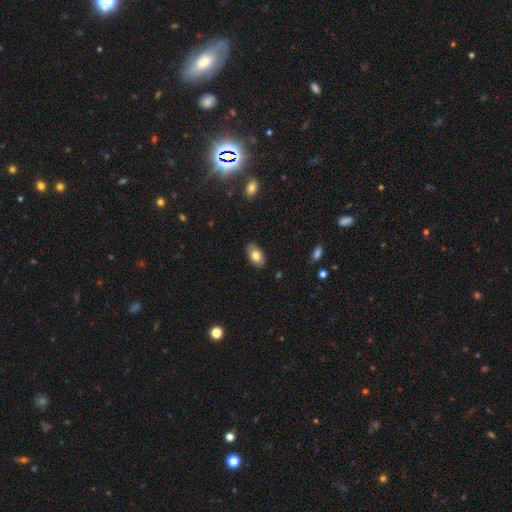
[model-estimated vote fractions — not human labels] Overall: smooth (79%). How rounded: in between (92%). Merging: none (85%).